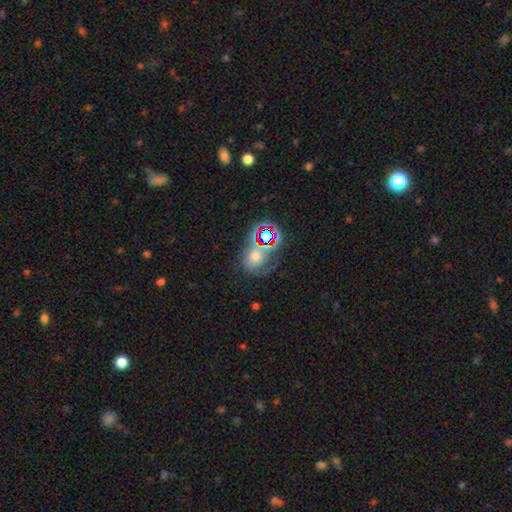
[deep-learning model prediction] This appears to be a featured or disk galaxy (38%). Merging: none (50%).